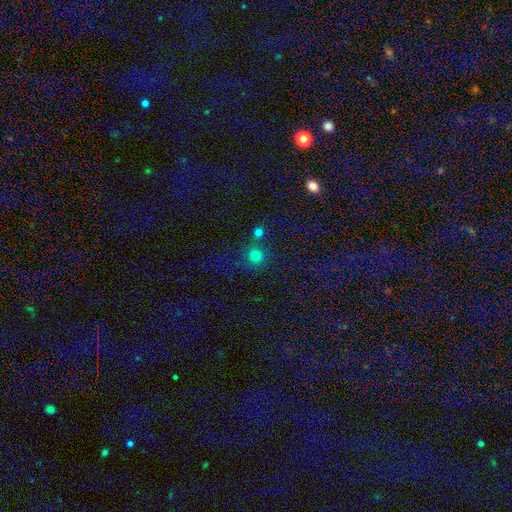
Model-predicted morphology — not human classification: smooth 74%, star or artifact 19%, featured or disk 7%. Down the decision tree: how rounded — round (93%); merging — none (70%).